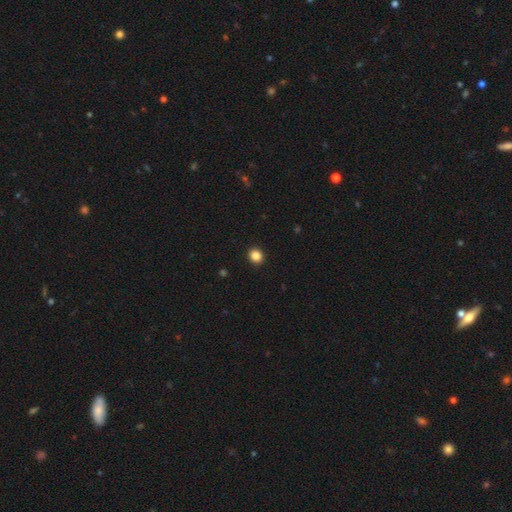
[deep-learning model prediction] A smooth galaxy with no disk features (86%) that is round (84%).

Vote fractions:
- Smooth or featured? smooth: 86% / star or artifact: 11% / featured or disk: 3%
- How rounded? round: 84% / in between: 15% / cigar-shaped: 1%
- Merging? none: 93% / minor disturbance: 4% / major disturbance: 2% / merger: 1%